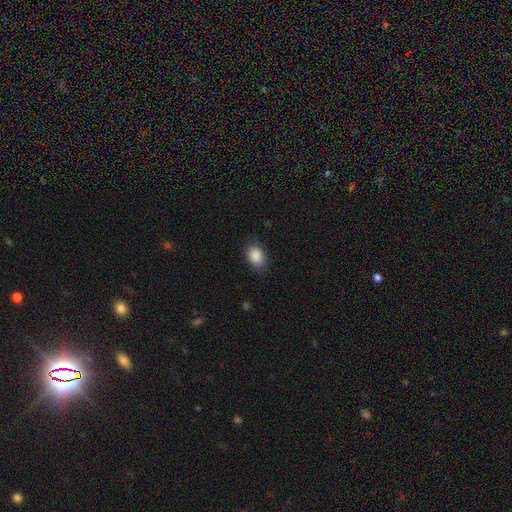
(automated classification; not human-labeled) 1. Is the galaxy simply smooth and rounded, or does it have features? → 88% smooth, 8% star or artifact, 4% featured or disk.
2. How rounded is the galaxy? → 77% in between, 21% round, 1% cigar-shaped.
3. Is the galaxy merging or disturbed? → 82% none, 14% minor disturbance, 3% major disturbance, 1% merger.